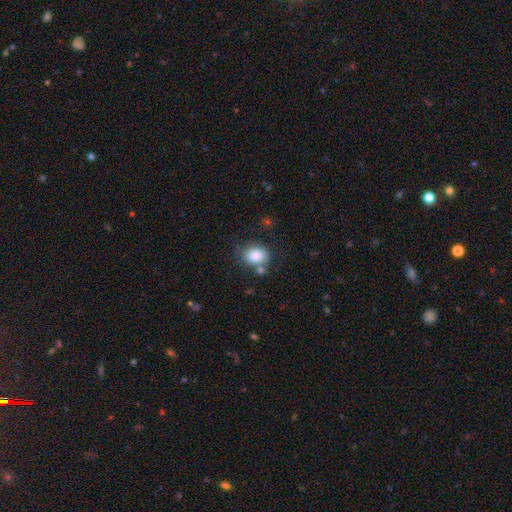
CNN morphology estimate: smooth 85%, star or artifact 8%, featured or disk 7%. Down the decision tree: how rounded — in between (57%); merging — none (58%).